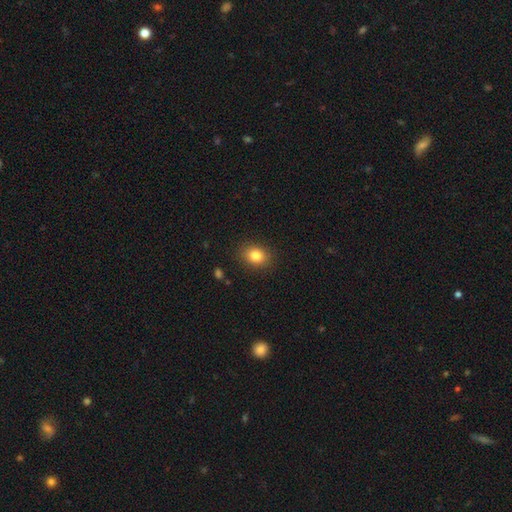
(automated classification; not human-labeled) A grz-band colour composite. It shows a smooth galaxy with no disk features (83%) that is in between round and cigar-shaped (57%). Merging: none (88%).